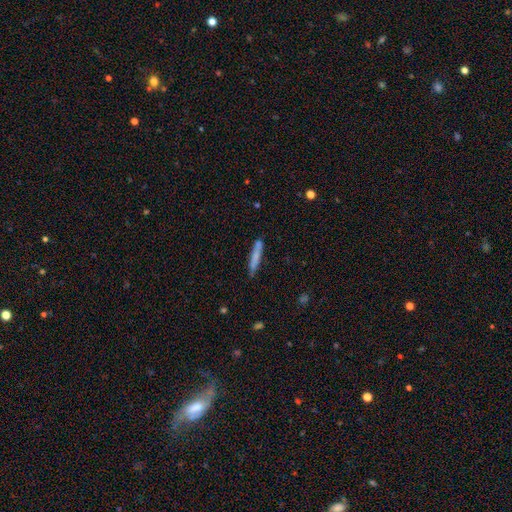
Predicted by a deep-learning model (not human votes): This is likely a smooth galaxy (72%). How rounded: clearly cigar-shaped (94%). Merging: clearly none (82%).